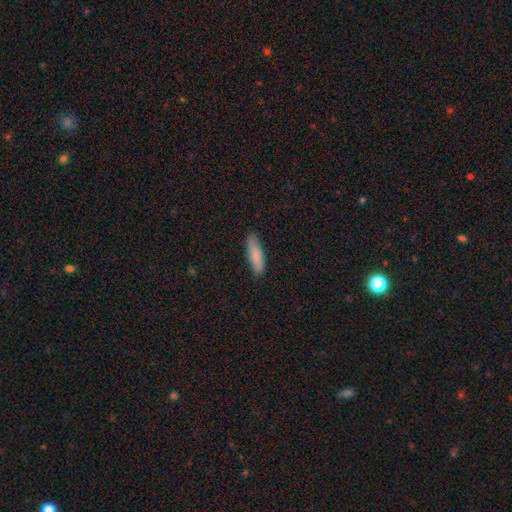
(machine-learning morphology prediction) smooth_or_featured: smooth (p=0.82) [alt: featured or disk p=0.12]
how_rounded: cigar-shaped (p=0.61) [alt: in between p=0.37]
merging: none (p=0.83) [alt: minor disturbance p=0.14]